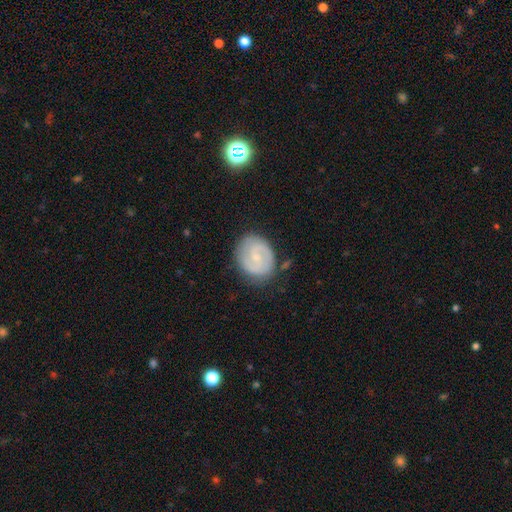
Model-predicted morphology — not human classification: Smooth or featured? featured or disk (71%)
Edge-on disk? no (98%)
Bar? no (46%, tied with weak)
Spiral arms? yes (89%)
Spiral winding? tight (47%)
Spiral arm count? 2 (80%)
Bulge size? small (68%)
Merging? none (79%)